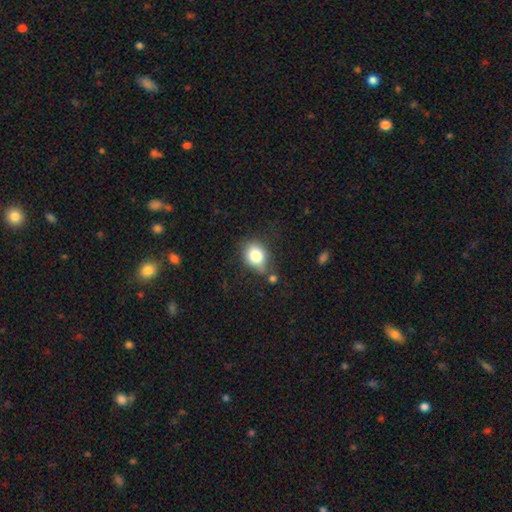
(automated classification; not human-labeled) A smooth galaxy with no disk features (79%) that is in between round and cigar-shaped (56%). Merging: none (63%).